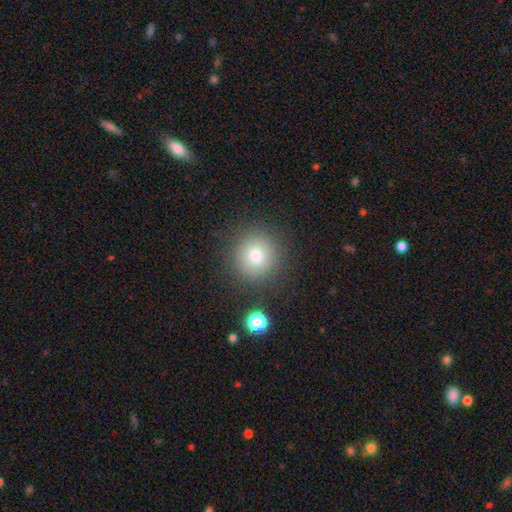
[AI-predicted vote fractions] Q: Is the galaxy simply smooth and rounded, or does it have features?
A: smooth — 77%.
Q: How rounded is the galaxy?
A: round — 93%.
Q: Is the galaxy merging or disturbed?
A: none — 86%.